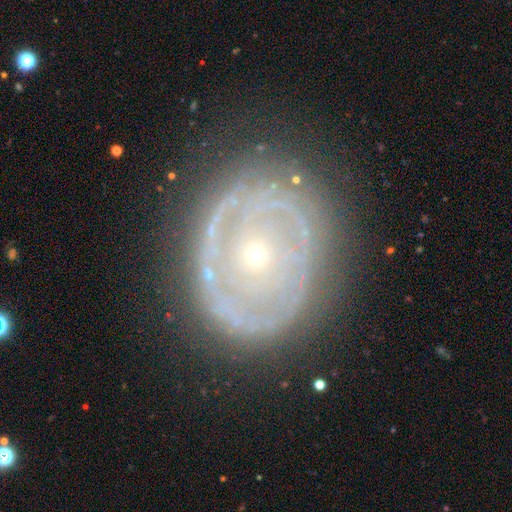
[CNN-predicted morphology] Overall: featured or disk (77%). Edge-on disk: no (96%). Bar: no (85%). Spiral arms: yes (56%; no 44%). Bulge size: small (78%). Merging: none (72%).